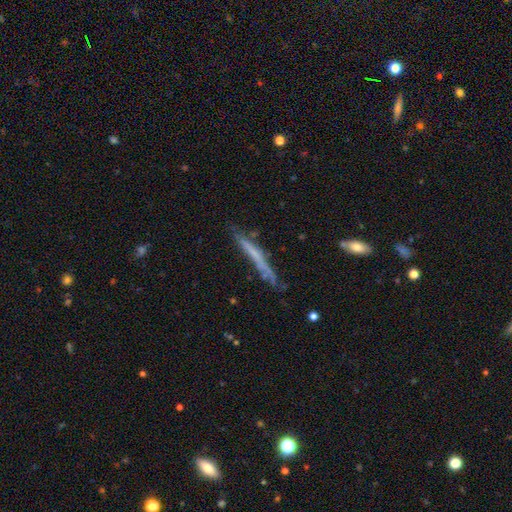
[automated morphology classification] This is possibly a featured or disk galaxy (50%). It is clearly viewed edge-on (91%). Merging: likely none (72%).